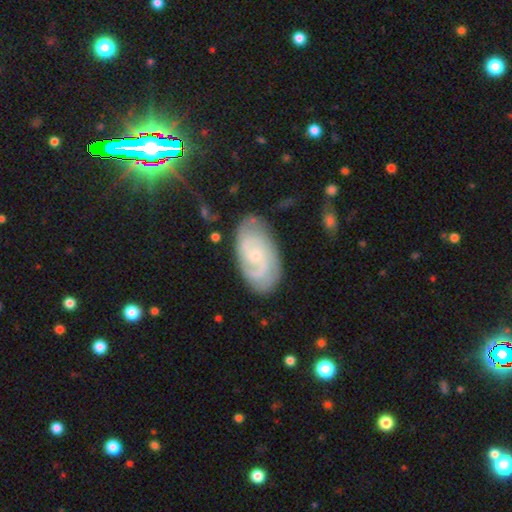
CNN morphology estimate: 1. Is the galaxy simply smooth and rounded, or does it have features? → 80% featured or disk, 14% smooth, 6% star or artifact.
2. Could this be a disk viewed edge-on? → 96% no, 4% yes.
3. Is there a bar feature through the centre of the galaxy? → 65% no, 31% weak, 5% strong.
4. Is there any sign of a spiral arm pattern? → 95% yes, 5% no.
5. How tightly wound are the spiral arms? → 57% tight, 35% medium, 9% loose.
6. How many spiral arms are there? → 49% 2, 23% can't tell, 17% 3, 4% 4, 4% 1, 3% more than 4.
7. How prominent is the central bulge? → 73% small, 20% moderate, 4% none, 1% large, 1% dominant.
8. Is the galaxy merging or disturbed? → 75% none, 18% minor disturbance, 5% major disturbance, 2% merger.